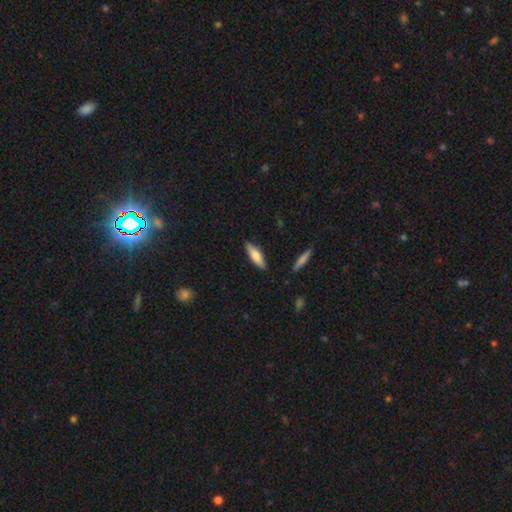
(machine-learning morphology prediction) Smooth or featured? Predicted: smooth (p=0.72). How rounded? Predicted: cigar-shaped (p=0.60). Merging? Predicted: none (p=0.84).